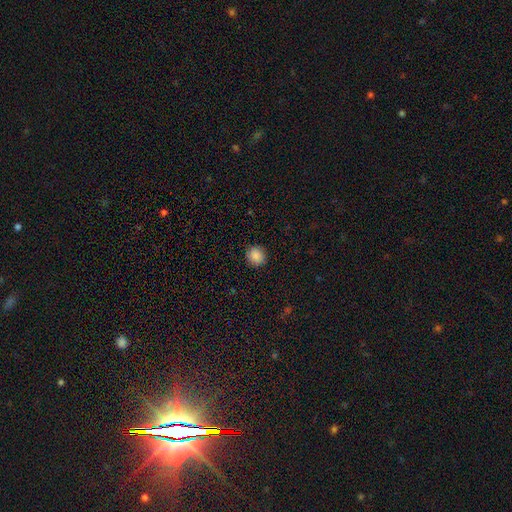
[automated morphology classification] type=smooth (88%); roundness=round (85%); merging=none (90%).